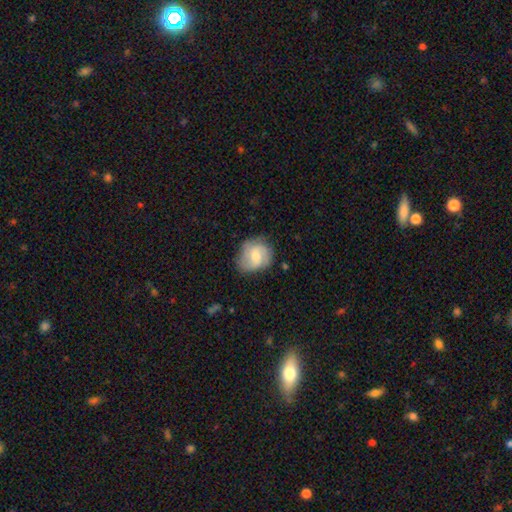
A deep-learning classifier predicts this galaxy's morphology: Q: Smooth or featured?
A: featured or disk (58%); runner-up: smooth (36%)
Q: Edge-on disk?
A: no (97%); runner-up: yes (3%)
Q: Bar?
A: no (53%); runner-up: weak (40%)
Q: Spiral arms?
A: yes (89%); runner-up: no (11%)
Q: Bulge size?
A: moderate (54%); runner-up: small (38%)
Q: Merging?
A: none (70%); runner-up: minor disturbance (22%)